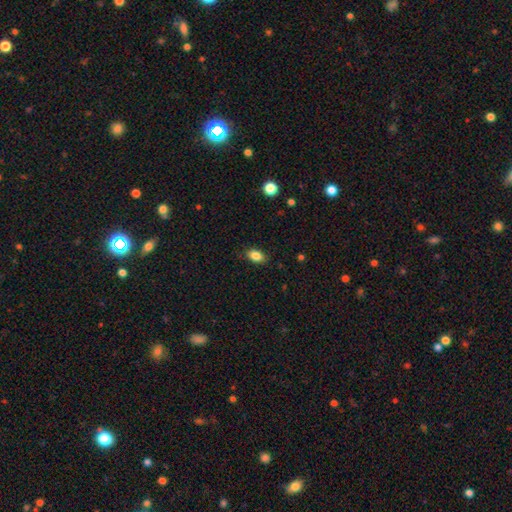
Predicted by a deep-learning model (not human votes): smooth 85%, star or artifact 9%, featured or disk 6%. Down the decision tree: how rounded — in between (85%); merging — none (86%).